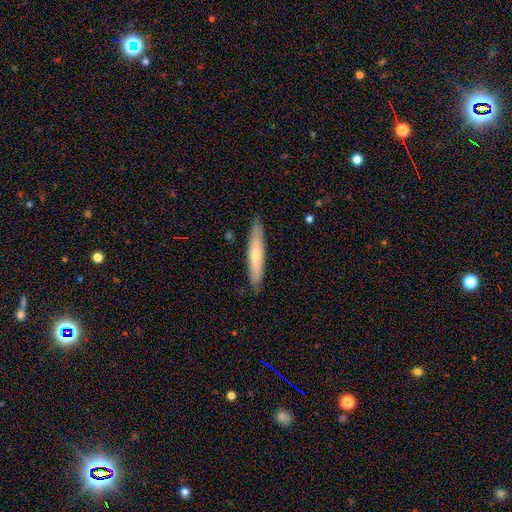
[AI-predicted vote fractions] Smooth or featured? Predicted: smooth (p=0.53). How rounded? Predicted: cigar-shaped (p=0.90). Merging? Predicted: none (p=0.87).